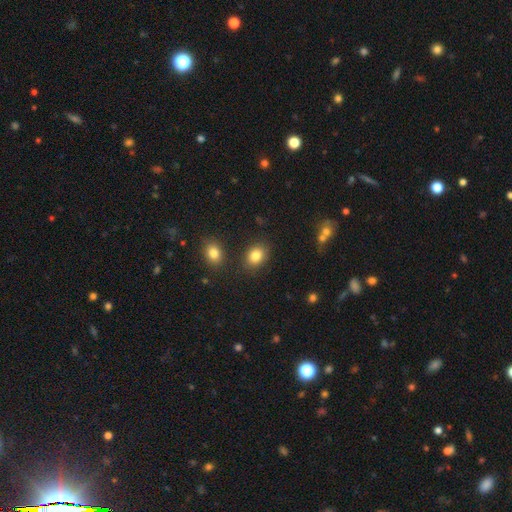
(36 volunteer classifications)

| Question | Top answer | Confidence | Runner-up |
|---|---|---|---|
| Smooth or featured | smooth | 92% | featured or disk (6%) |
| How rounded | in between | 61% | round (39%) |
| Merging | none | 86% | minor disturbance (11%) |